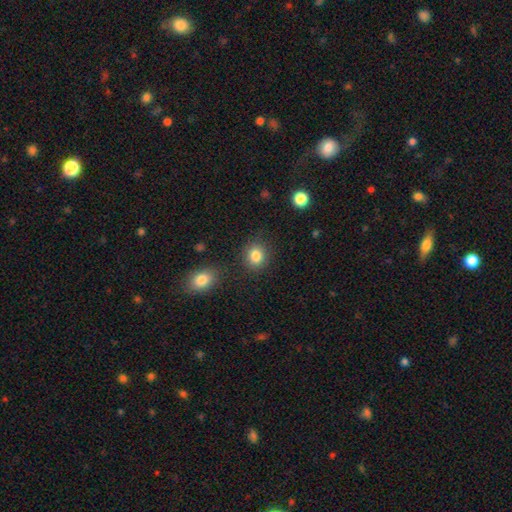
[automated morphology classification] The model was most divided on "how rounded": round: 66%, in between: 33%, cigar-shaped: 1%. More confident: smooth or featured — smooth (85%); merging — none (84%).